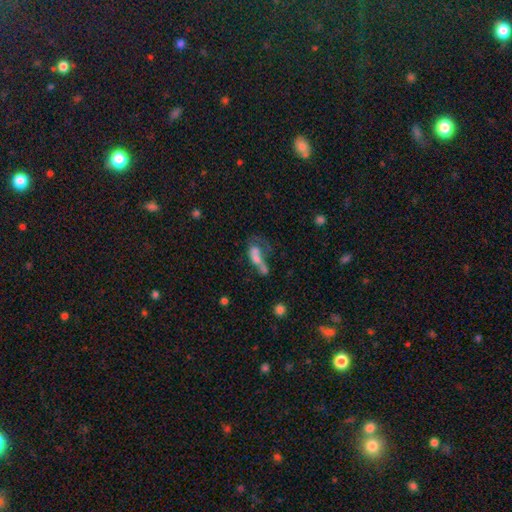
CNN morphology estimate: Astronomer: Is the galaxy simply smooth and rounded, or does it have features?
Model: smooth — 49% (runner-up: featured or disk, 37%).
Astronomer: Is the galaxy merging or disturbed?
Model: merger — 50% (runner-up: major disturbance, 27%).